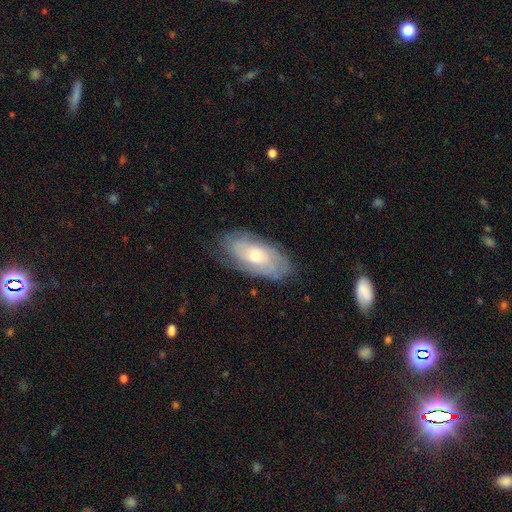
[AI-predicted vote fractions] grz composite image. It shows a featured or disk galaxy (64%) with no bar (79%), spiral arms (78%) and a moderate central bulge (59%). Merging: none (75%).